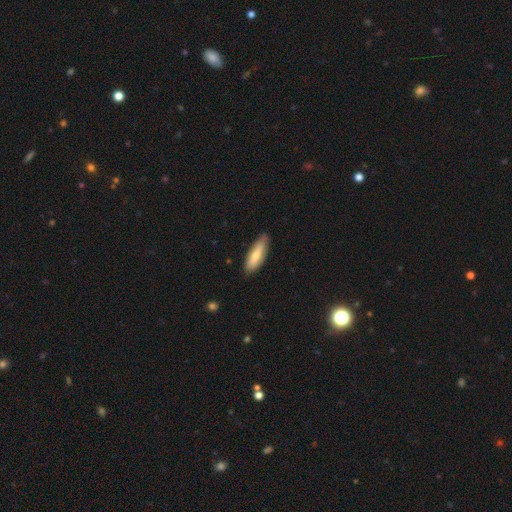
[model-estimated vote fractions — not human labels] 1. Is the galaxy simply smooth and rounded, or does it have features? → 70% smooth, 25% featured or disk, 6% star or artifact.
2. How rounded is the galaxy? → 51% in between, 48% cigar-shaped, 2% round.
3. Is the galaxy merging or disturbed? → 77% none, 19% minor disturbance, 3% major disturbance, 1% merger.